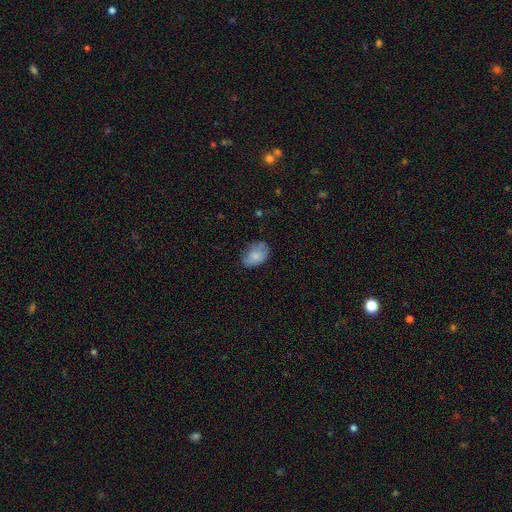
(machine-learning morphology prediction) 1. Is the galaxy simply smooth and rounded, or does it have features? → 80% smooth, 12% featured or disk, 8% star or artifact.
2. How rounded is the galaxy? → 84% in between, 15% round, 1% cigar-shaped.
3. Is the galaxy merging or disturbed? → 64% none, 27% minor disturbance, 7% major disturbance, 2% merger.